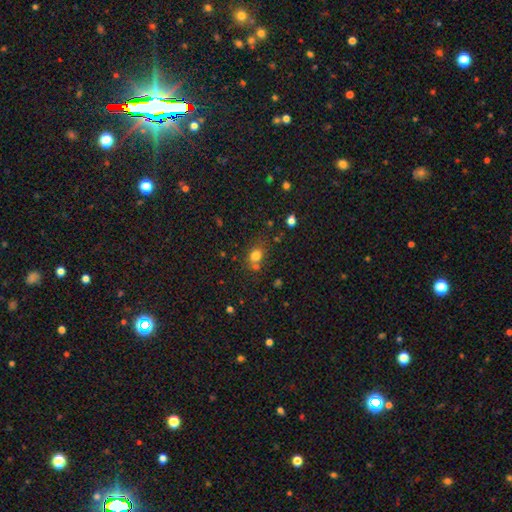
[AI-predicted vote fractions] The model was most divided on "how rounded": round: 53%, in between: 46%, cigar-shaped: 1%. More confident: smooth or featured — smooth (77%); merging — none (59%).